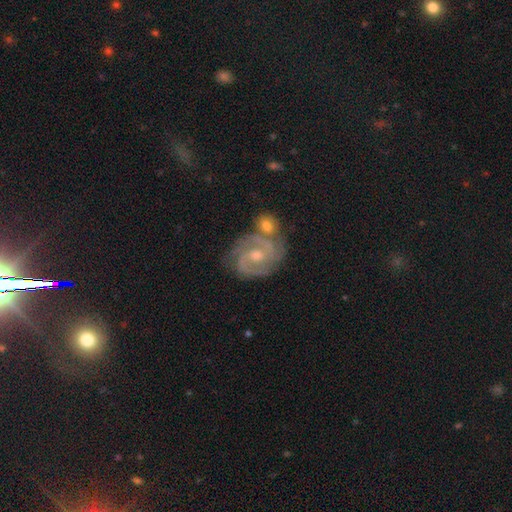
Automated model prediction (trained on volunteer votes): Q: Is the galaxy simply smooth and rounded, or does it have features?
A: featured or disk — 87%.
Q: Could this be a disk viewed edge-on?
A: no — 98%.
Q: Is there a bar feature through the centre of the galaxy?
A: no — 47%.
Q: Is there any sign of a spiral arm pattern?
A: yes — 96%.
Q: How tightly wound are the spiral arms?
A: tight — 48%.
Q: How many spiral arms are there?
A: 2 — 67%.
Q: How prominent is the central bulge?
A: moderate — 61%.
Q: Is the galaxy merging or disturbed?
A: none — 55%.